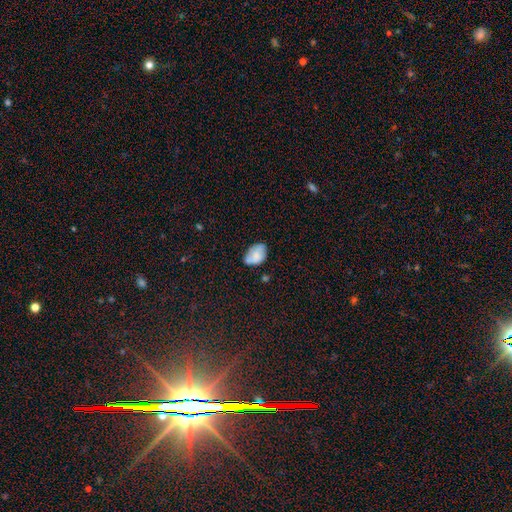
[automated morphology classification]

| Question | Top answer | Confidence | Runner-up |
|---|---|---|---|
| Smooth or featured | smooth | 73% | featured or disk (19%) |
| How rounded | in between | 84% | round (15%) |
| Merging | none | 50% | minor disturbance (35%) |